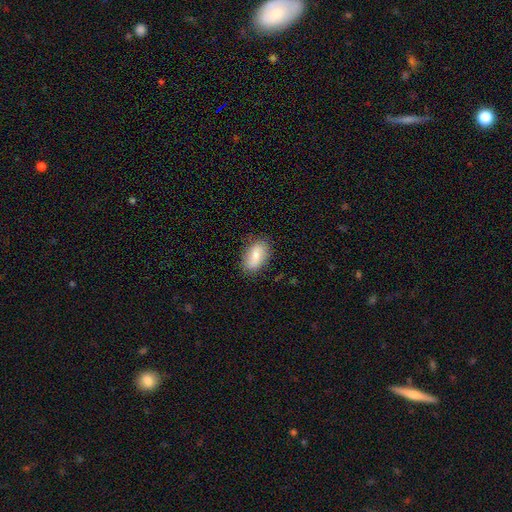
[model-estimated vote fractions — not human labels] The model was most divided on "smooth or featured": smooth: 71%, featured or disk: 22%, star or artifact: 7%. More confident: how rounded — in between (91%); merging — none (81%).